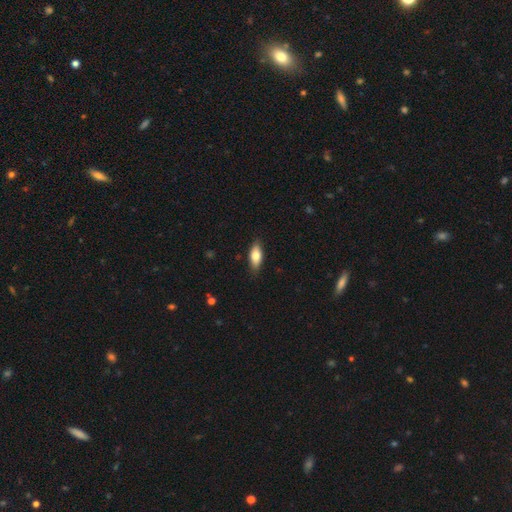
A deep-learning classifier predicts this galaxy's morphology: Overall: smooth (75%). How rounded: in between (79%). Merging: none (85%).